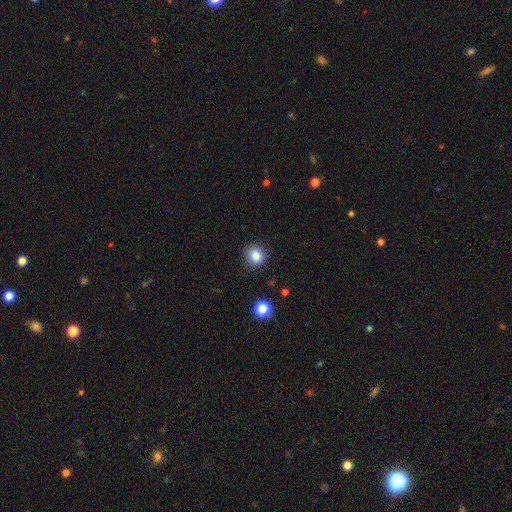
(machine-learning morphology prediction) A smooth galaxy with no disk features (84%) that is round (87%). Merging: none (86%).